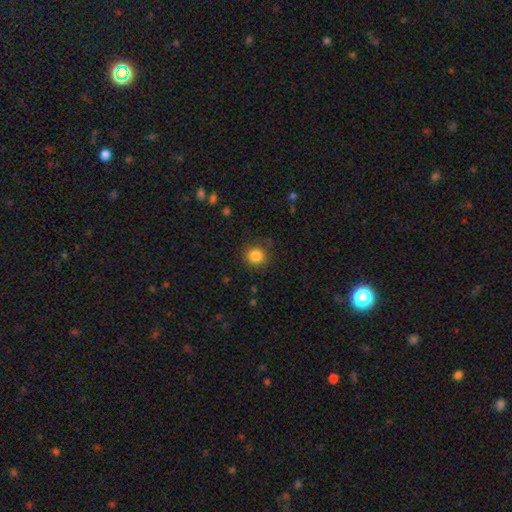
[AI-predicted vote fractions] smooth-or-featured: smooth: 85% | star or artifact: 11% | featured or disk: 5%
  how-rounded: round: 92% | in between: 7% | cigar-shaped: 1%
  merging: none: 86% | minor disturbance: 9% | major disturbance: 3% | merger: 1%